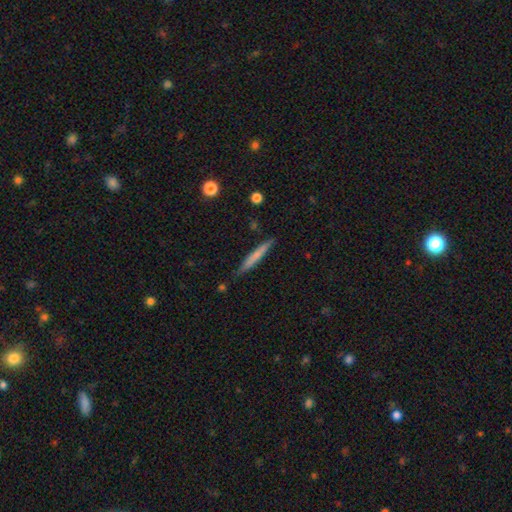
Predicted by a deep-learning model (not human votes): This appears to be a smooth galaxy with no disk features (63%) that is cigar-shaped (95%). Merging: none (85%).